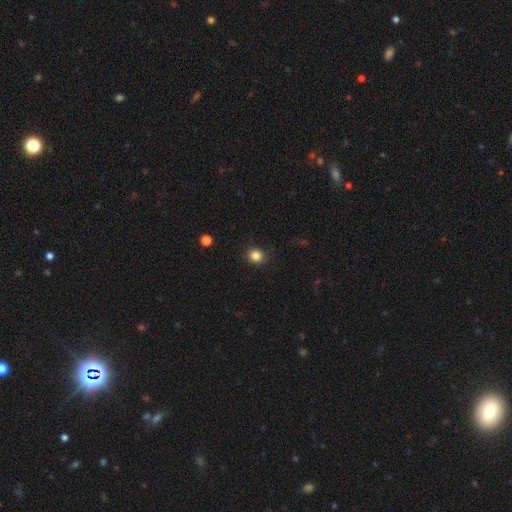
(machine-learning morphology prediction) Smooth or featured? Predicted: smooth (p=0.85). How rounded? Predicted: round (p=0.77). Merging? Predicted: none (p=0.88).